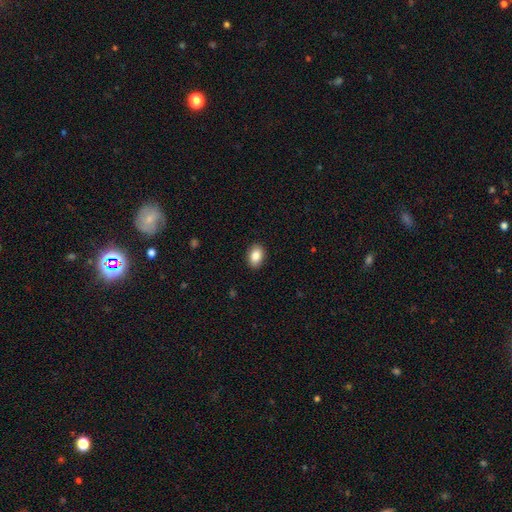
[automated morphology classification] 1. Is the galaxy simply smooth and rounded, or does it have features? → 86% smooth, 8% star or artifact, 6% featured or disk.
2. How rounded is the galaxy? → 84% in between, 15% round, 1% cigar-shaped.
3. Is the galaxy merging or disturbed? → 90% none, 7% minor disturbance, 2% major disturbance, 1% merger.